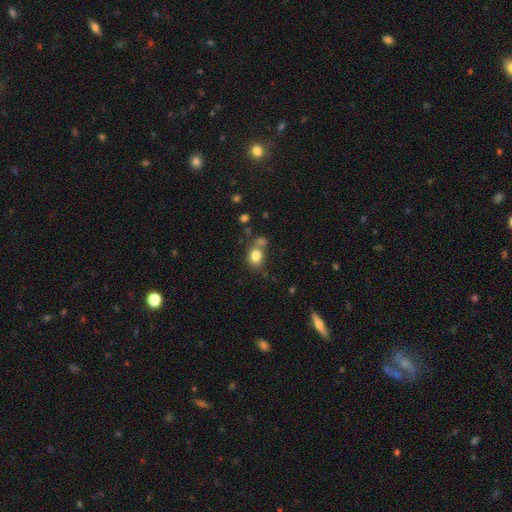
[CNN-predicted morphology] smooth-or-featured: smooth: 81% | star or artifact: 11% | featured or disk: 8%
  how-rounded: round: 53% | in between: 46% | cigar-shaped: 1%
  merging: none: 55% | merger: 25% | minor disturbance: 15% | major disturbance: 6%